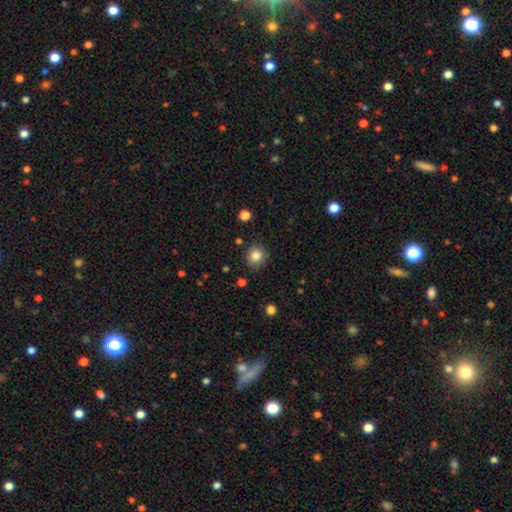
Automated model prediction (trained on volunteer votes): This appears to be a smooth galaxy with no disk features (84%) that is round (80%). Merging: none (85%).